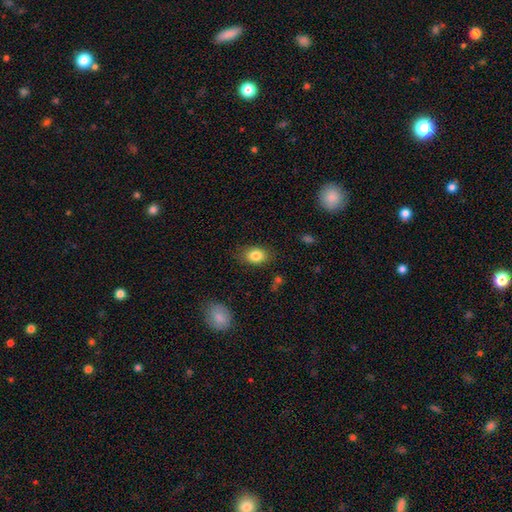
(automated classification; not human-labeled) Smooth or featured? Predicted: smooth (p=0.83). How rounded? Predicted: in between (p=0.76). Merging? Predicted: none (p=0.81).